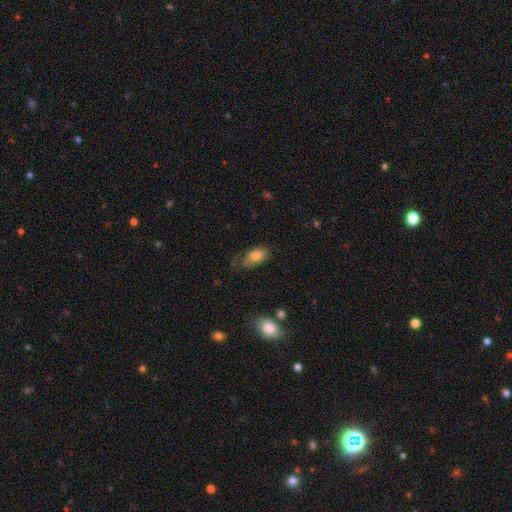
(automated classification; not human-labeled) A smooth galaxy with no disk features (78%) that is in between round and cigar-shaped (91%).

Vote fractions:
- Smooth or featured? smooth: 78% / featured or disk: 14% / star or artifact: 8%
- How rounded? in between: 91% / round: 5% / cigar-shaped: 4%
- Merging? none: 43% / minor disturbance: 31% / major disturbance: 22% / merger: 3%